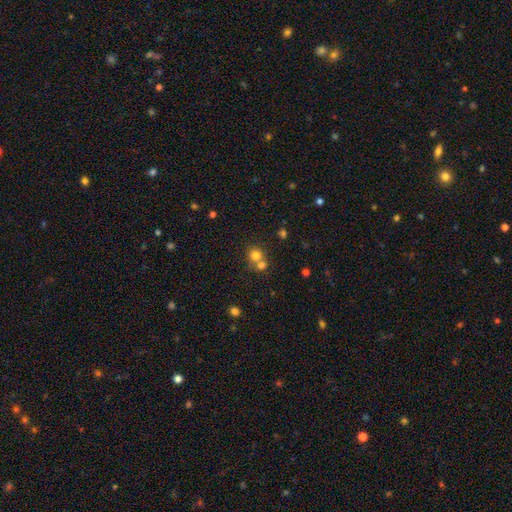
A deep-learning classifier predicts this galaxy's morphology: Overall: smooth (76%). How rounded: round (84%). Merging: merger (48%; none 43%).